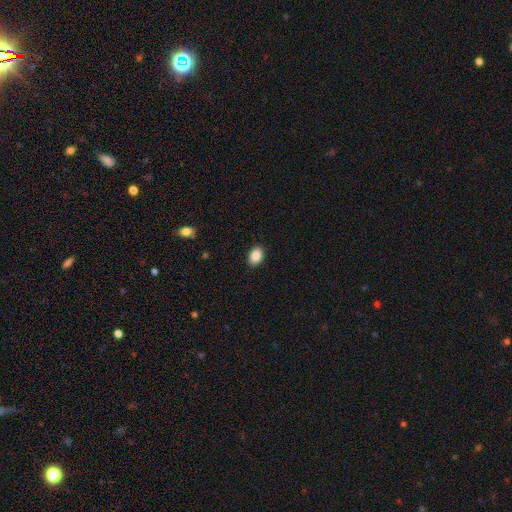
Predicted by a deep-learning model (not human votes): This appears to be a smooth galaxy with no disk features (88%) that is in between round and cigar-shaped (82%). Merging: none (90%).